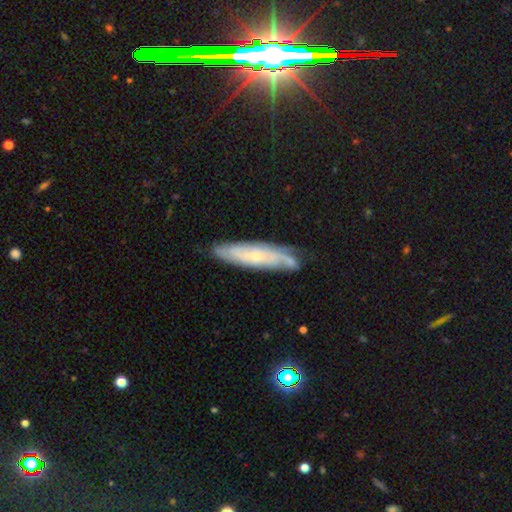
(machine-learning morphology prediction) type=featured or disk (61%); edge-on=no (62%); merging=none (69%).